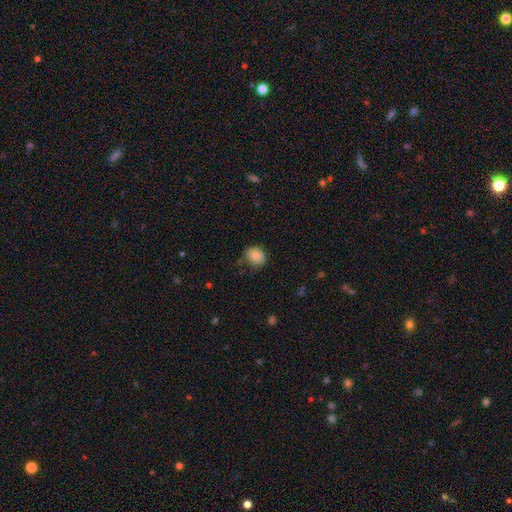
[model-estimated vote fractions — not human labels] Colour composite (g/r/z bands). It shows a smooth galaxy with no disk features (86%) that is round (65%). Merging: none (70%).